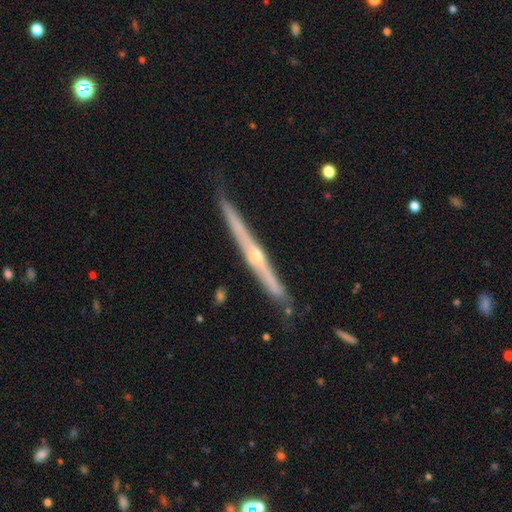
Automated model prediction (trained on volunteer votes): The model was most divided on "edge-on bulge": rounded: 77%, none: 19%, boxy: 3%. More confident: edge-on disk — yes (97%); merging — none (84%); smooth or featured — featured or disk (80%).